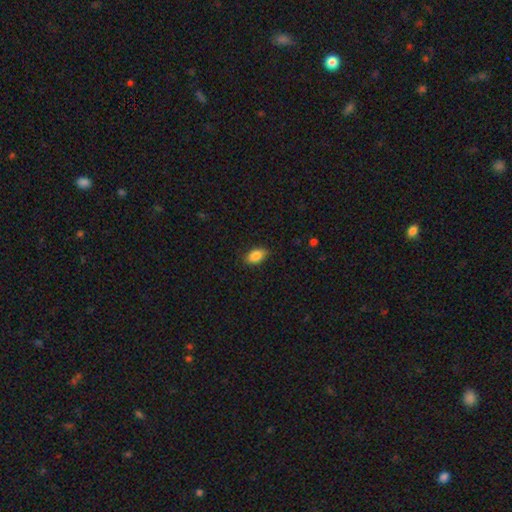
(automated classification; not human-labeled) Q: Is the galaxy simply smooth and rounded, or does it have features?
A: smooth — 86%.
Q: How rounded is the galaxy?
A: in between — 89%.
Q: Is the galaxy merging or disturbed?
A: none — 84%.